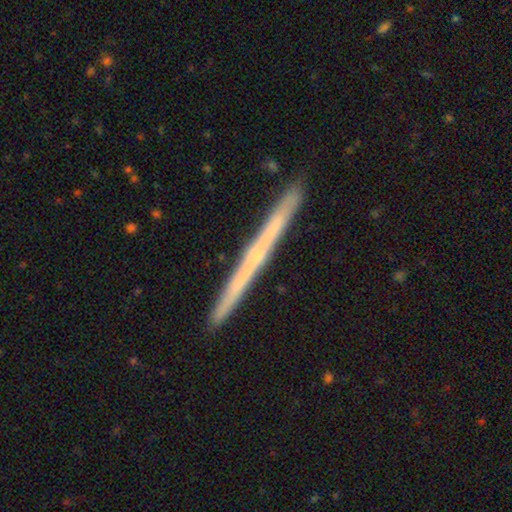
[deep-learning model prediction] smooth-or-featured: featured or disk: 65% | smooth: 29% | star or artifact: 7%
  disk-edge-on: yes: 98% | no: 2%
    edge-on-bulge: none: 72% | rounded: 24% | boxy: 3%
  merging: none: 92% | minor disturbance: 5% | merger: 1% | major disturbance: 1%